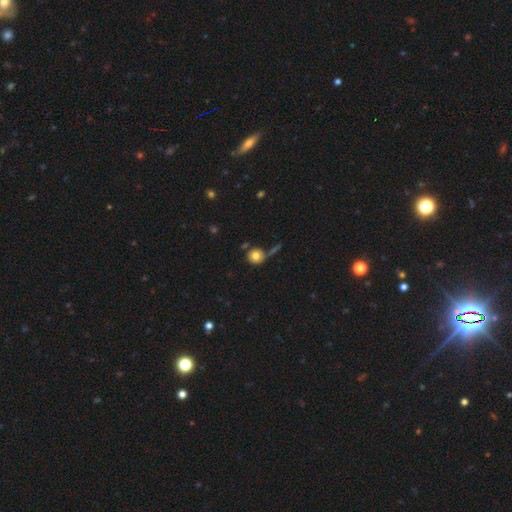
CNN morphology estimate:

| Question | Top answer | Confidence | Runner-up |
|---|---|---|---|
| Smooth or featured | smooth | 79% | featured or disk (12%) |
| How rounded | round | 91% | in between (8%) |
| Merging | none | 61% | merger (15%) |